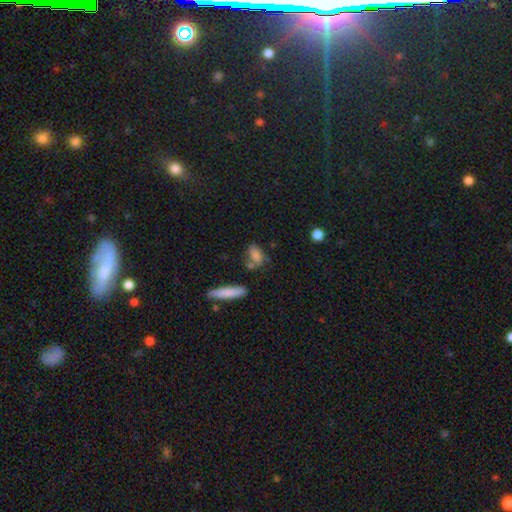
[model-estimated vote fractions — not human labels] Smooth or featured: smooth — 74% (featured or disk — 16%)
How rounded: in between — 72% (cigar-shaped — 20%)
Merging: none — 54% (minor disturbance — 21%)